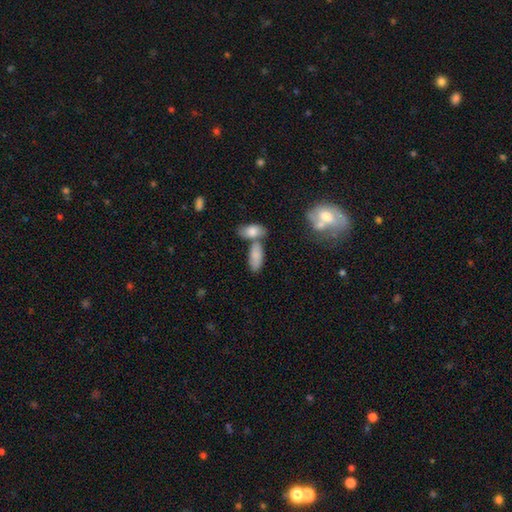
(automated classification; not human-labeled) Smooth or featured?
  - smooth: 81% *
  - featured or disk: 11%
  - star or artifact: 7%
How rounded?
  - in between: 87% *
  - cigar-shaped: 10%
  - round: 3%
Merging?
  - none: 48% *
  - merger: 34%
  - minor disturbance: 13%
  - major disturbance: 5%